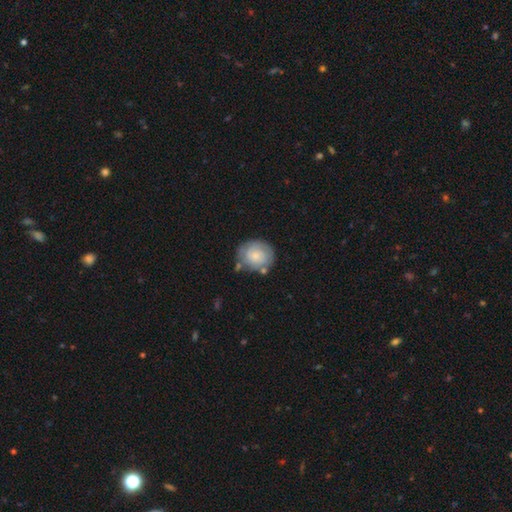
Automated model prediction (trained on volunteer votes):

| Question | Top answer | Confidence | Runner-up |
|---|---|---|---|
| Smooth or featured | smooth | 58% | featured or disk (36%) |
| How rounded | round | 76% | in between (23%) |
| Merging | none | 63% | minor disturbance (22%) |